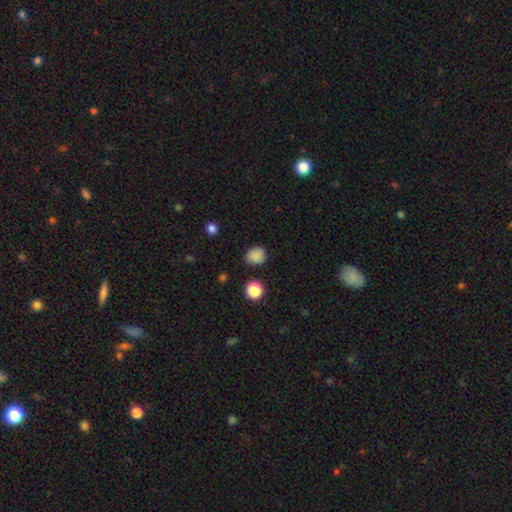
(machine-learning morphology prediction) type=smooth (84%); roundness=round (71%); merging=none (79%).